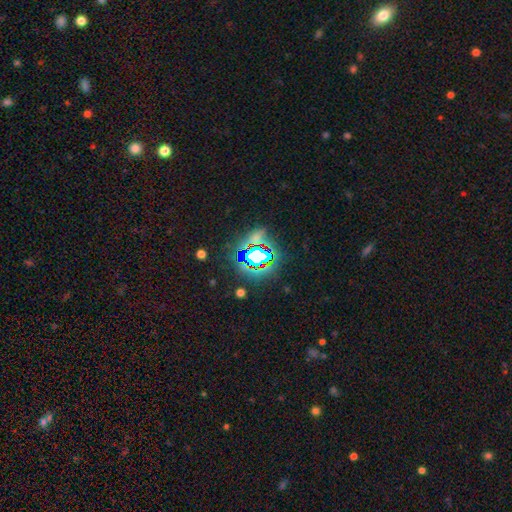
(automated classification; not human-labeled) smooth_or_featured: star or artifact (p=0.72) [alt: smooth p=0.17]